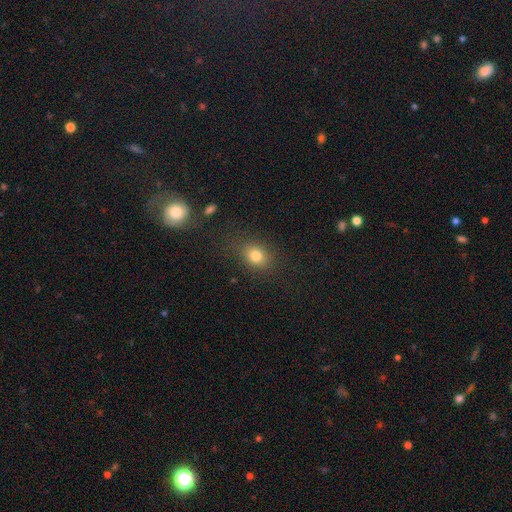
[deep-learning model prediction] Morphology: type=smooth (79%); roundness=in between (51%); merging=none (79%).